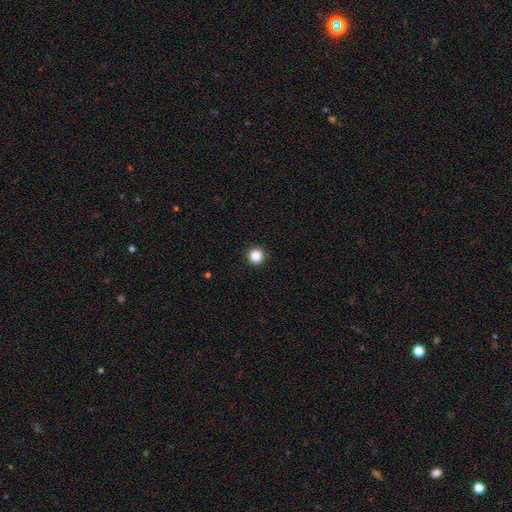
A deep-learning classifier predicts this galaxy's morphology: A smooth galaxy with no disk features (85%) that is round (95%).

Vote fractions:
- Smooth or featured? smooth: 85% / star or artifact: 11% / featured or disk: 4%
- How rounded? round: 95% / in between: 4% / cigar-shaped: 1%
- Merging? none: 93% / minor disturbance: 4% / major disturbance: 2% / merger: 1%